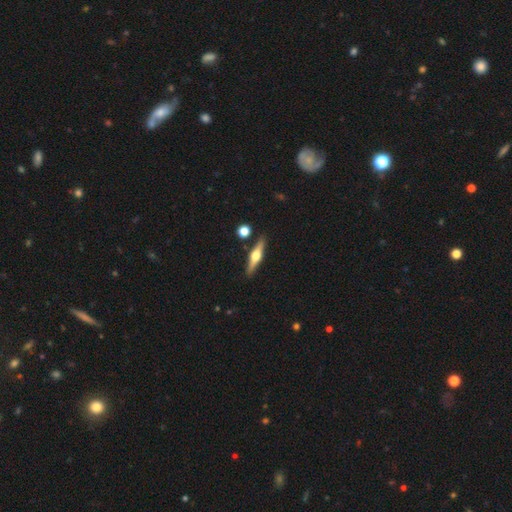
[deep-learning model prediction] A featured or disk galaxy (69%) viewed edge-on (97%) with a rounded central bulge (95%).

Vote fractions:
- Smooth or featured? featured or disk: 69% / smooth: 25% / star or artifact: 6%
- Edge-on disk? yes: 97% / no: 3%
- Edge-on bulge? rounded: 95% / boxy: 3% / none: 2%
- Merging? none: 87% / minor disturbance: 7% / merger: 4% / major disturbance: 2%